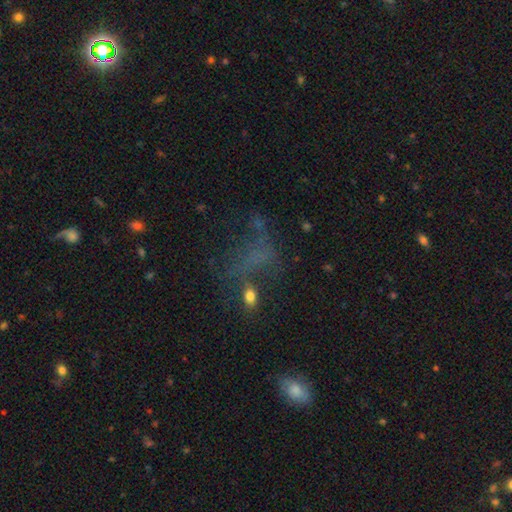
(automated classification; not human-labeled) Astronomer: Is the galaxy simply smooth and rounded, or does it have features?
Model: star or artifact — 36% (runner-up: smooth, 35%).